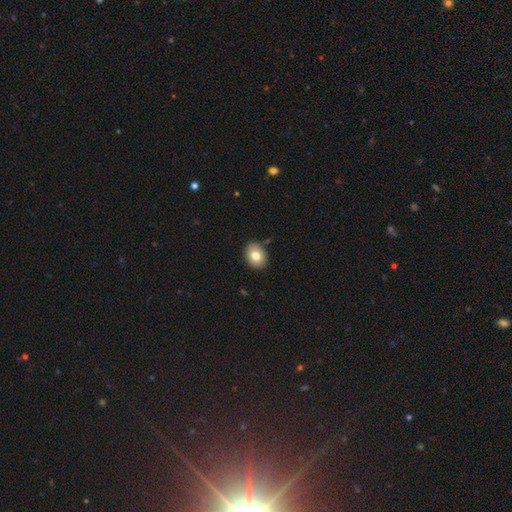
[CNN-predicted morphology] Smooth or featured? Predicted: smooth (p=0.80). How rounded? Predicted: in between (p=0.62). Merging? Predicted: none (p=0.86).